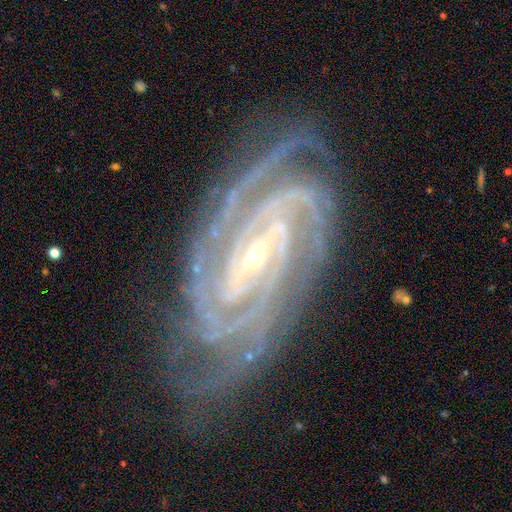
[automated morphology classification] smooth_or_featured: featured or disk (p=0.93) [alt: star or artifact p=0.05]
disk_edge_on: no (p=0.96) [alt: yes p=0.04]
bar: strong (p=0.49) [alt: weak p=0.33]
has_spiral_arms: yes (p=0.99) [alt: no p=0.01]
spiral_winding: tight (p=0.80) [alt: medium p=0.18]
spiral_arm_count: 4 (p=0.31) [alt: 3 p=0.24]
bulge_size: small (p=0.74) [alt: moderate p=0.23]
merging: none (p=0.82) [alt: minor disturbance p=0.13]